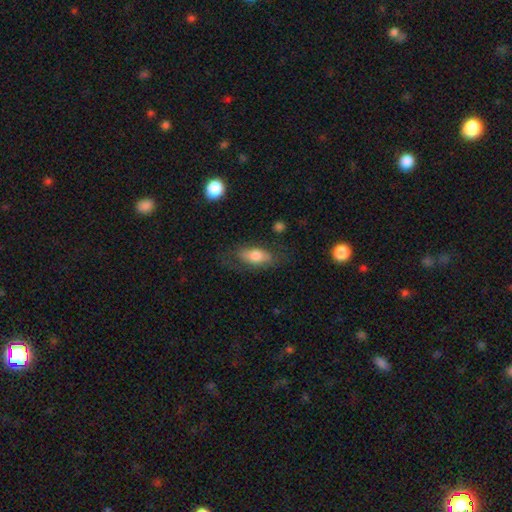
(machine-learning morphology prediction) Q: Smooth or featured?
A: smooth (69%); runner-up: featured or disk (24%)
Q: How rounded?
A: in between (83%); runner-up: cigar-shaped (12%)
Q: Merging?
A: none (63%); runner-up: minor disturbance (22%)